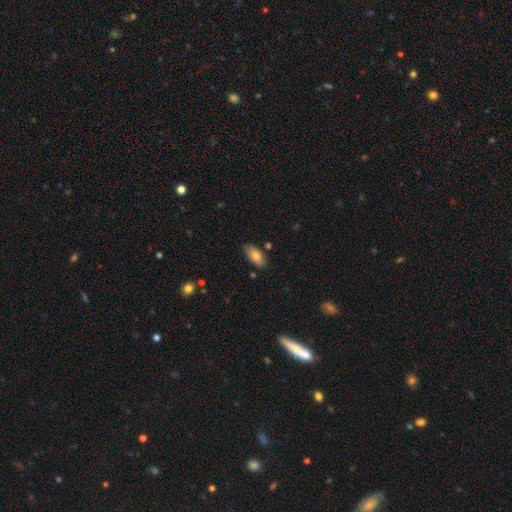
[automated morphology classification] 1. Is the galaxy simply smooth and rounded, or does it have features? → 78% smooth, 15% featured or disk, 7% star or artifact.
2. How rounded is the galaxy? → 90% in between, 8% cigar-shaped, 2% round.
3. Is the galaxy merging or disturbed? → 82% none, 13% minor disturbance, 3% merger, 2% major disturbance.